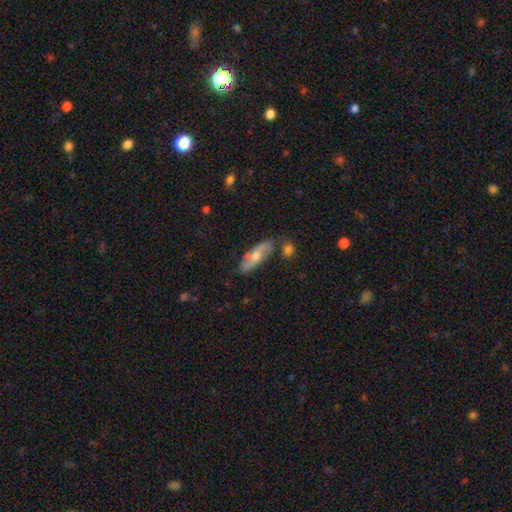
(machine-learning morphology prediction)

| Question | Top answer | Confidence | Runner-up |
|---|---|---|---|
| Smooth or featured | featured or disk | 48% | smooth (45%) |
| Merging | none | 71% | minor disturbance (18%) |